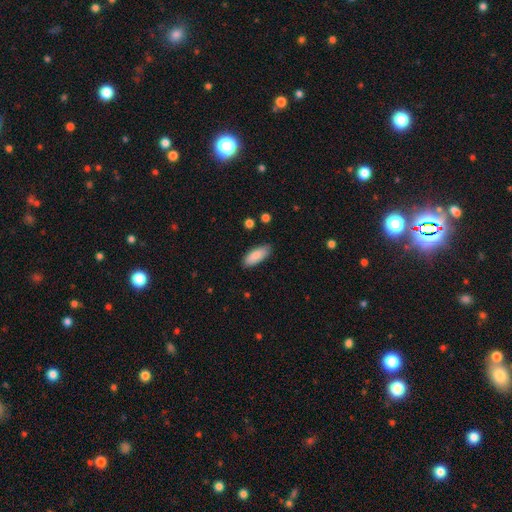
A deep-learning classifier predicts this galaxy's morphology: Smooth or featured? smooth (88%)
How rounded? in between (80%)
Merging? none (85%)